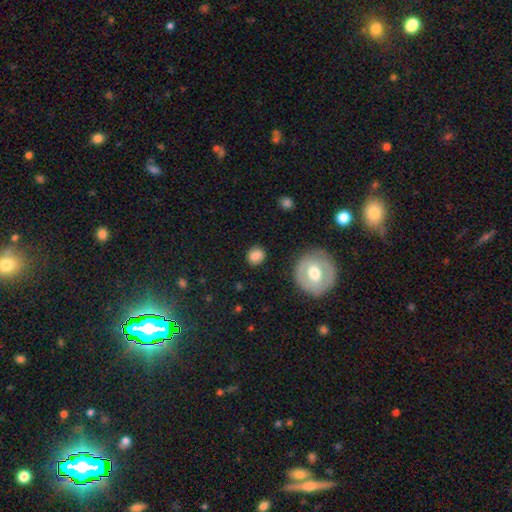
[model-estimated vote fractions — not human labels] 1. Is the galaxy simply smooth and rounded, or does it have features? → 82% smooth, 9% star or artifact, 9% featured or disk.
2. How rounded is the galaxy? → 74% round, 25% in between, 1% cigar-shaped.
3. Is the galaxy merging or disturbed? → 84% none, 11% minor disturbance, 3% major disturbance, 2% merger.